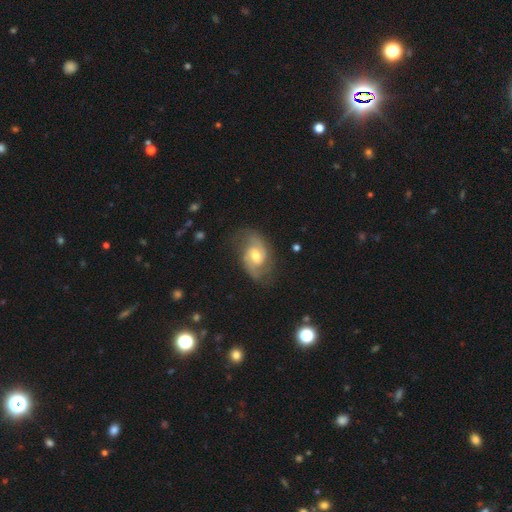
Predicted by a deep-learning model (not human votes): Overall: featured or disk (83%). Edge-on disk: no (97%). Bar: weak (46%; no 45%). Spiral arms: yes (95%). Spiral arm count: 2 (87%). Spiral winding: medium (51%; tight 27%). Bulge size: moderate (70%). Merging: none (71%).